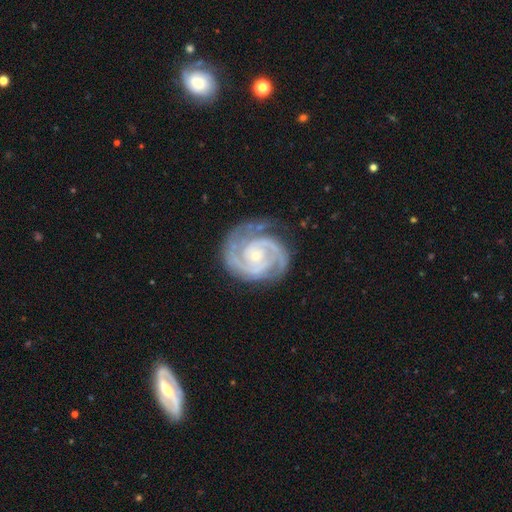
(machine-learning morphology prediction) featured or disk 92%, star or artifact 4%, smooth 3%. Down the decision tree: edge-on disk — no (98%); bar — no (70%); spiral arms — yes (99%); spiral arm count — 2 (73%); spiral winding — tight (66%); bulge size — small (79%); merging — none (76%).